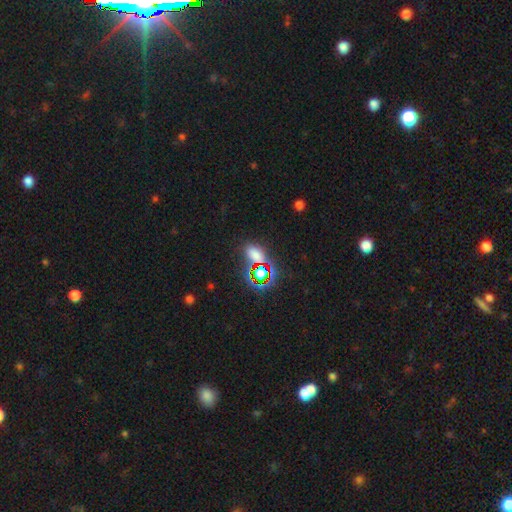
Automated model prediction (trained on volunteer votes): This is possibly a smooth galaxy (54%). How rounded: likely in between (73%). Merging: likely none (73%).